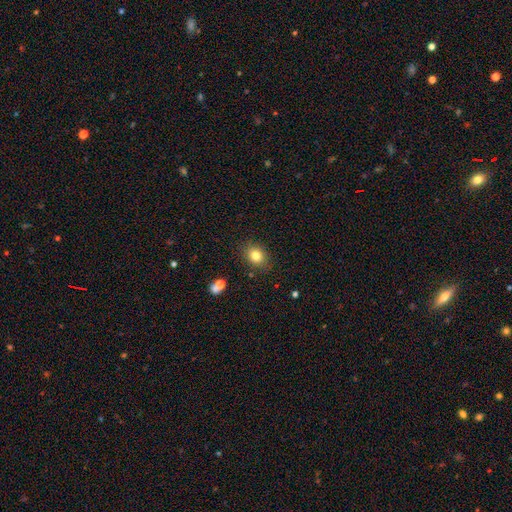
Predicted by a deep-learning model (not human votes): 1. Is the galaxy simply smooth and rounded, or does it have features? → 81% smooth, 11% star or artifact, 8% featured or disk.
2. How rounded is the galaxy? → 50% in between, 49% round, 1% cigar-shaped.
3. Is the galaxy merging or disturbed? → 85% none, 11% minor disturbance, 3% major disturbance, 2% merger.